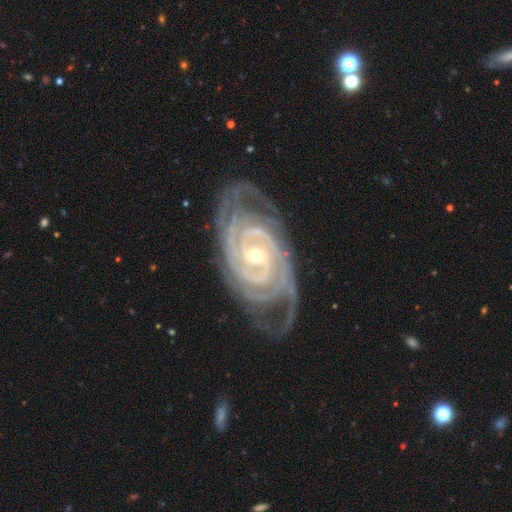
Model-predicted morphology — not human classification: Smooth or featured: featured or disk — 94% (star or artifact — 4%)
Edge-on disk: no — 96% (yes — 4%)
Bar: no — 47% (weak — 32%)
Spiral arms: yes — 99% (no — 1%)
Spiral winding: tight — 80% (medium — 18%)
Spiral arm count: 3 — 23% (tied with 2 — 23%)
Bulge size: small — 58% (moderate — 39%)
Merging: none — 73% (minor disturbance — 17%)